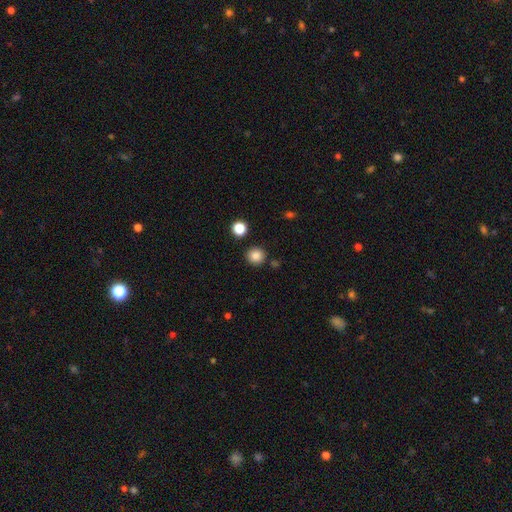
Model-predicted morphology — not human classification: This appears to be a smooth galaxy with no disk features (85%) that is round (93%). Merging: none (88%).